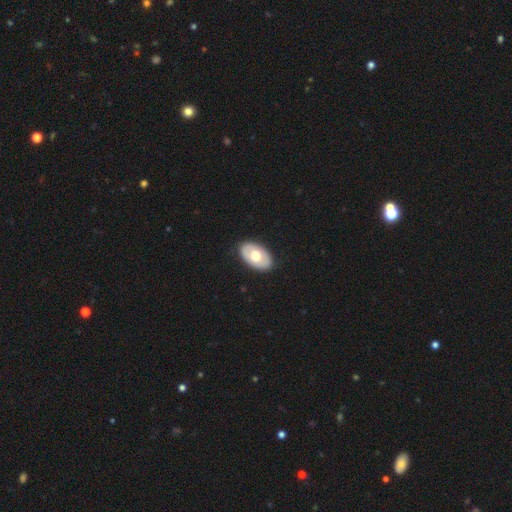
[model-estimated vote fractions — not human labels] The model was most divided on "smooth or featured": smooth: 57%, featured or disk: 39%, star or artifact: 5%. More confident: how rounded — in between (91%); merging — none (88%).